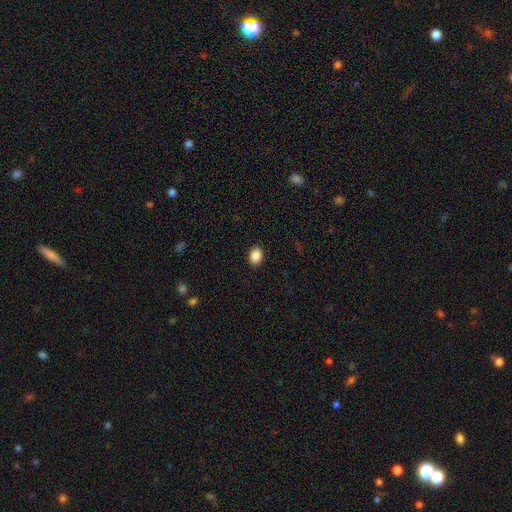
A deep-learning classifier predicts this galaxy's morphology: smooth 88%, star or artifact 9%, featured or disk 4%. Down the decision tree: how rounded — in between (71%); merging — none (91%).